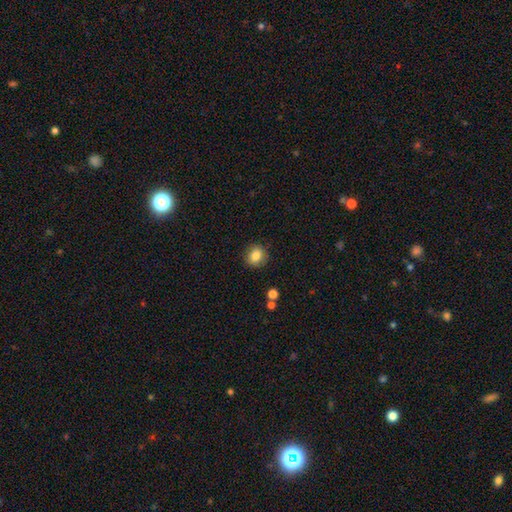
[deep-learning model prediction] This is clearly a smooth galaxy (84%). How rounded: likely round (78%). Merging: clearly none (85%).